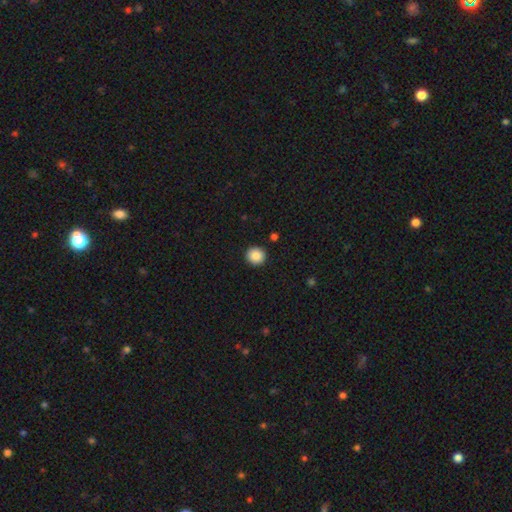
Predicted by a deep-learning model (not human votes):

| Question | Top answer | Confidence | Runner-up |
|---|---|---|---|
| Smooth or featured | smooth | 87% | star or artifact (8%) |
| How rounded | round | 92% | in between (7%) |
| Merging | none | 92% | minor disturbance (5%) |